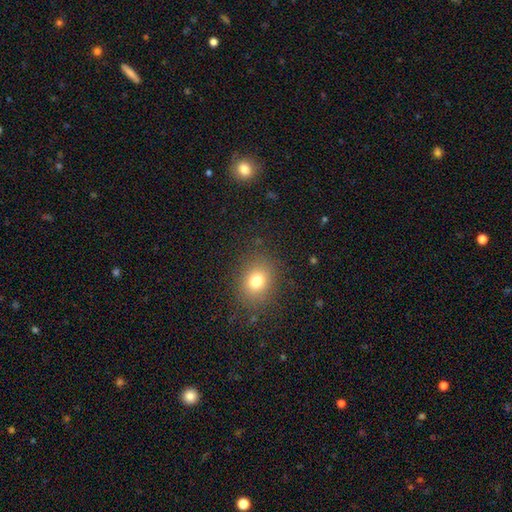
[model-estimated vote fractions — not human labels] smooth-or-featured: smooth: 69% | star or artifact: 24% | featured or disk: 7%
  how-rounded: round: 61% | in between: 37% | cigar-shaped: 1%
  merging: none: 89% | minor disturbance: 7% | major disturbance: 2% | merger: 1%